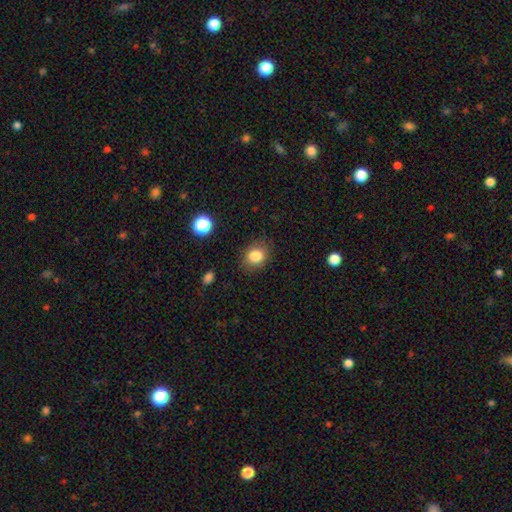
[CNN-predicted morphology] type=smooth (83%); roundness=round (59%); merging=none (82%).